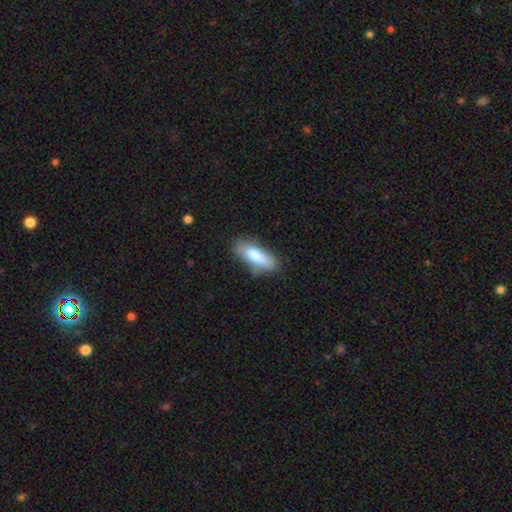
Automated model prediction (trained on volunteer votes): smooth-or-featured: smooth: 80% | featured or disk: 13% | star or artifact: 7%
  how-rounded: in between: 60% | cigar-shaped: 38% | round: 2%
  merging: none: 65% | minor disturbance: 25% | major disturbance: 7% | merger: 3%